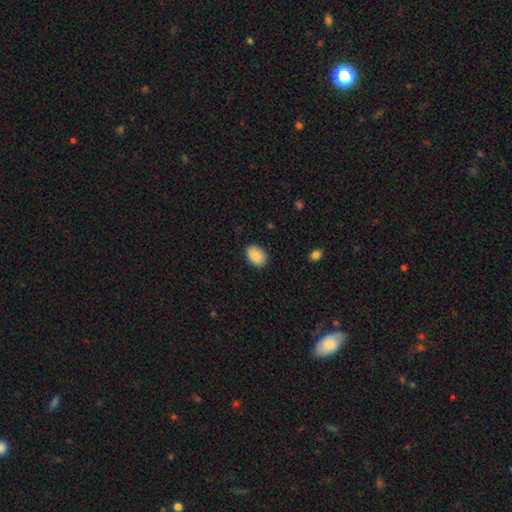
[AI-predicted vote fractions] Morphology: type=smooth (89%); roundness=in between (78%); merging=none (88%).